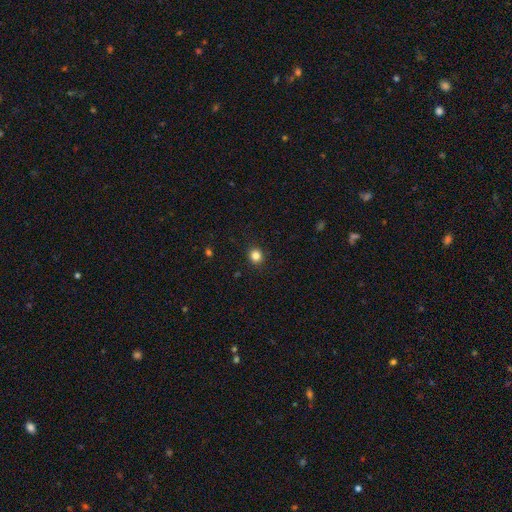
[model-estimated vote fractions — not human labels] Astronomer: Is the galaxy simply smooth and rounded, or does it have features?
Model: smooth — 83%.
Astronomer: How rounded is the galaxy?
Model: round — 90%.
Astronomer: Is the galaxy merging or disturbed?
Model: none — 92%.